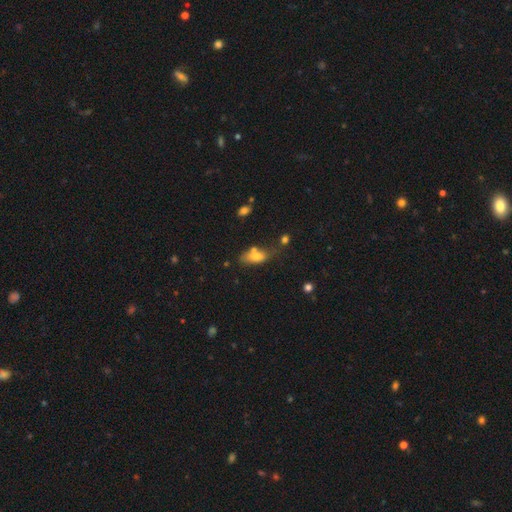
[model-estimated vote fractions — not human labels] Smooth or featured? Predicted: smooth (p=0.73). How rounded? Predicted: in between (p=0.83). Merging? Predicted: none (p=0.46).